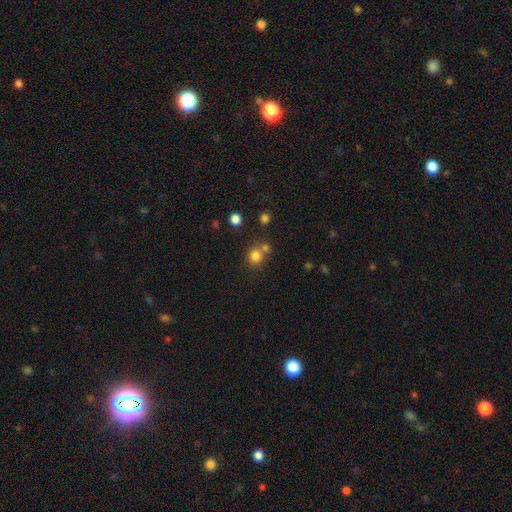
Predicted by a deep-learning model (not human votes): Morphology: type=smooth (80%); roundness=round (85%); merging=none (61%).